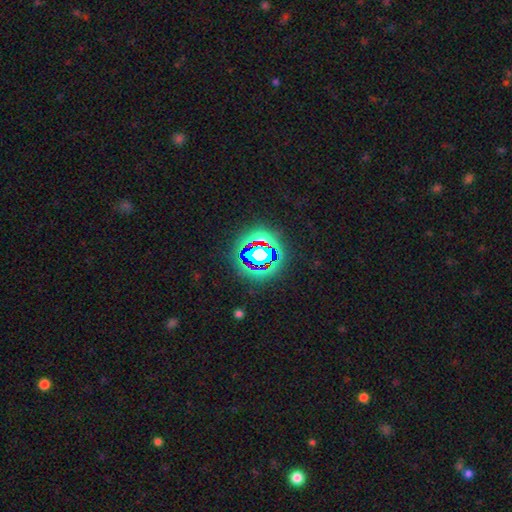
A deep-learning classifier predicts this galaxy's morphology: Smooth or featured? star or artifact (73%)